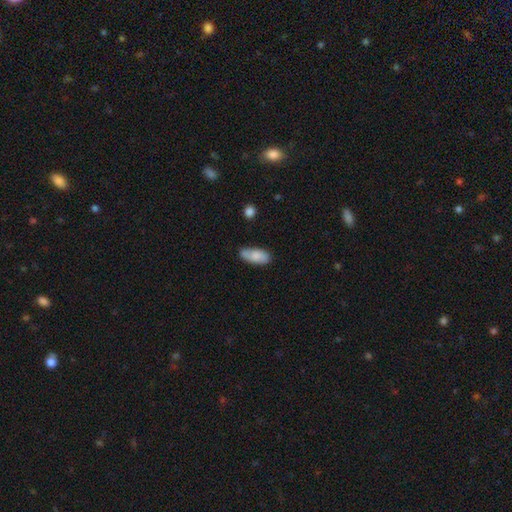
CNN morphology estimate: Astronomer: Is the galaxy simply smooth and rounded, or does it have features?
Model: smooth — 79%.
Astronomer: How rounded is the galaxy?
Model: in between — 85%.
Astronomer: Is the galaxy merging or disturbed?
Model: none — 68%.